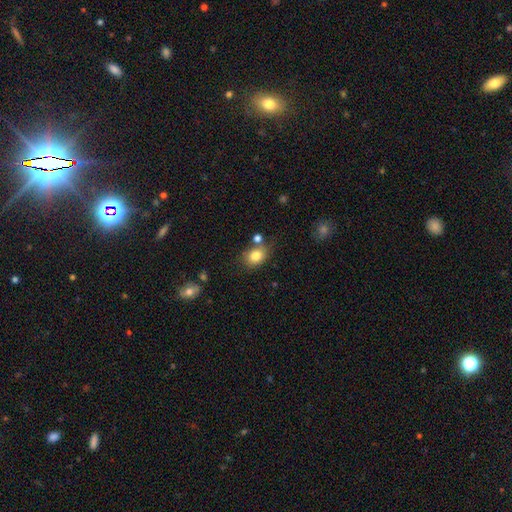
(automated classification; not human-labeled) Smooth or featured? smooth (81%)
How rounded? in between (56%)
Merging? none (65%)